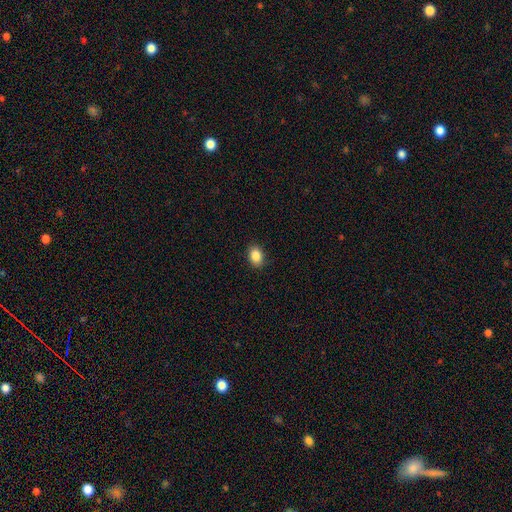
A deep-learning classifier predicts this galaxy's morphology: This appears to be a smooth galaxy with no disk features (87%) that is in between round and cigar-shaped (73%). Merging: none (88%).